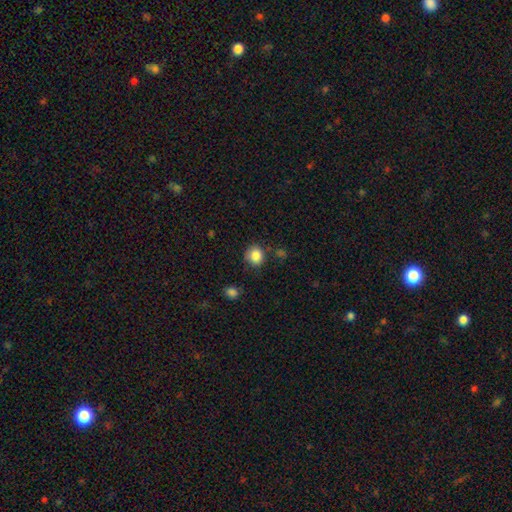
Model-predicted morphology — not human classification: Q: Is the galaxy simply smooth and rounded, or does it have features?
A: smooth — 85%.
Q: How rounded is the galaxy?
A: round — 79%.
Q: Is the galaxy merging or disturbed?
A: none — 77%.